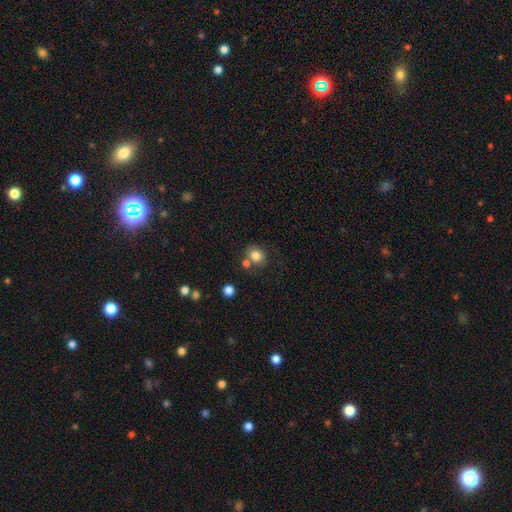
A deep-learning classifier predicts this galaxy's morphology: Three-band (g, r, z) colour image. It shows a smooth galaxy with no disk features (81%) that is round (64%). Merging: none (62%).